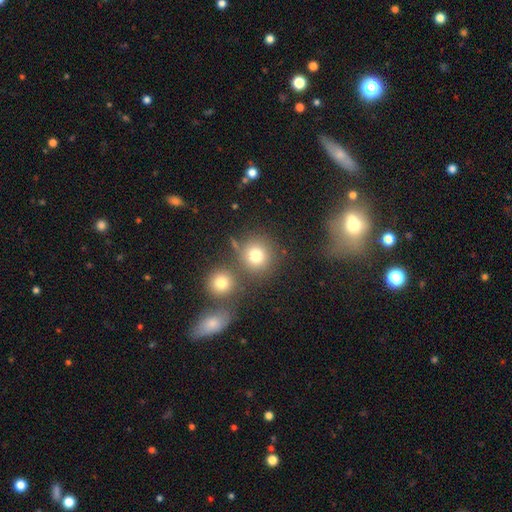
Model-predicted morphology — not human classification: The model was most divided on "merging": none: 66%, merger: 20%, minor disturbance: 10%, major disturbance: 5%. More confident: how rounded — round (90%); smooth or featured — smooth (76%).